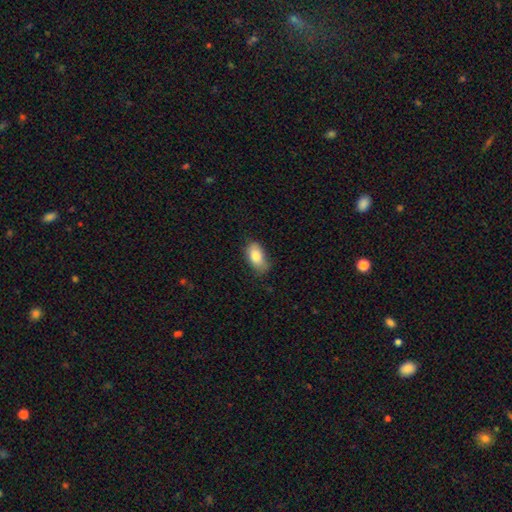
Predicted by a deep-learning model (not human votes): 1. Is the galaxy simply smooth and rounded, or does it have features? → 82% smooth, 10% featured or disk, 8% star or artifact.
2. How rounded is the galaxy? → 91% in between, 6% round, 3% cigar-shaped.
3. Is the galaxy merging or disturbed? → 67% none, 26% minor disturbance, 5% major disturbance, 1% merger.